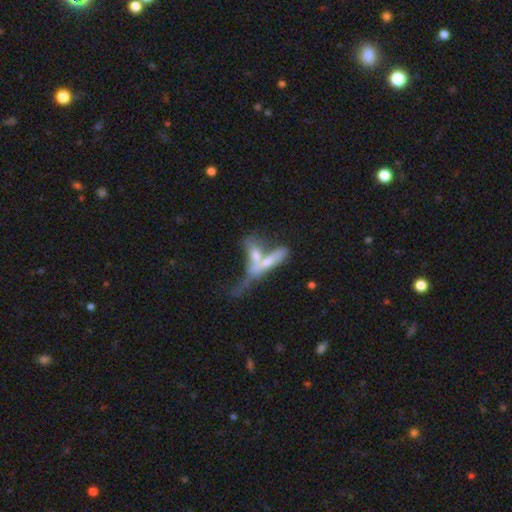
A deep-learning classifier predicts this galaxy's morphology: smooth 51%, featured or disk 41%, star or artifact 8%. Down the decision tree: how rounded — cigar-shaped (54%); merging — merger (68%).